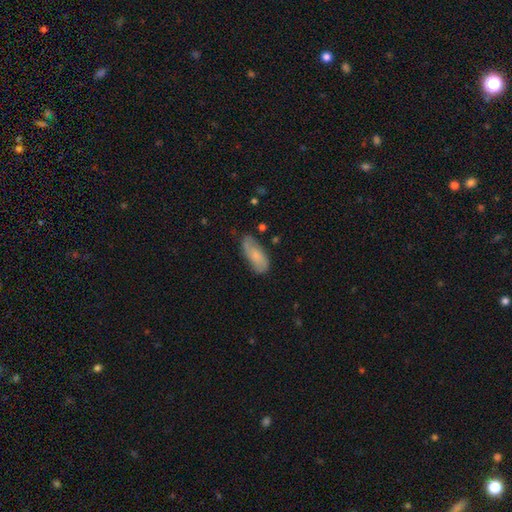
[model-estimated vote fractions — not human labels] Smooth or featured?
  - smooth: 65% *
  - featured or disk: 28%
  - star or artifact: 7%
How rounded?
  - in between: 82% *
  - cigar-shaped: 16%
  - round: 2%
Merging?
  - none: 66% *
  - minor disturbance: 26%
  - major disturbance: 6%
  - merger: 2%